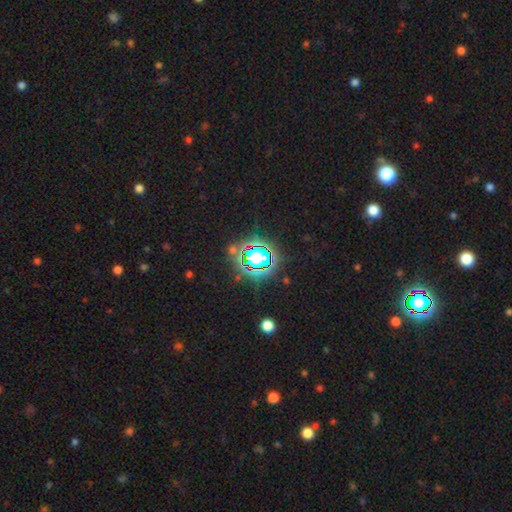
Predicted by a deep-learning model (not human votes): smooth-or-featured: star or artifact: 78% | smooth: 14% | featured or disk: 8%